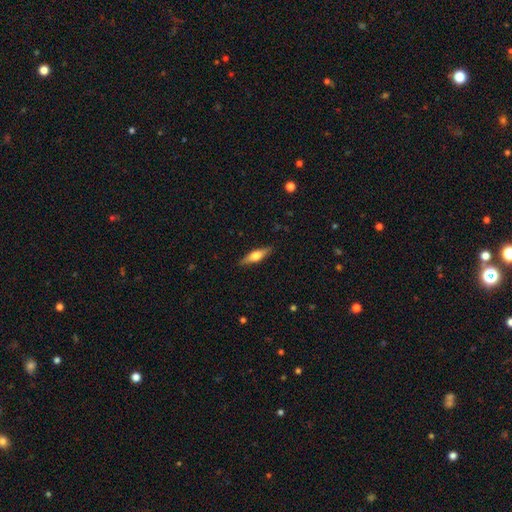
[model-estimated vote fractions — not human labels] Q: Smooth or featured?
A: featured or disk (49%); runner-up: smooth (45%)
Q: Merging?
A: none (88%); runner-up: minor disturbance (9%)